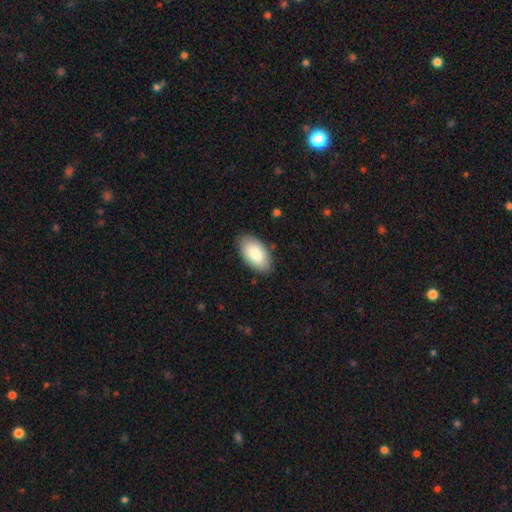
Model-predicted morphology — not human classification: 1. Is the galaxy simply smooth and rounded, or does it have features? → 83% smooth, 10% featured or disk, 6% star or artifact.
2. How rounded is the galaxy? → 95% in between, 3% round, 2% cigar-shaped.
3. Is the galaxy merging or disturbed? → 88% none, 9% minor disturbance, 2% major disturbance, 1% merger.